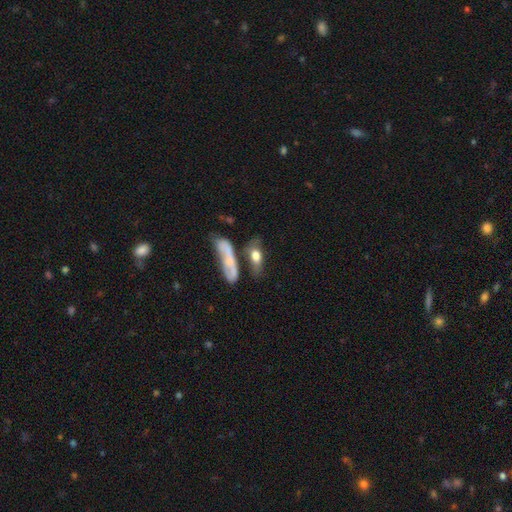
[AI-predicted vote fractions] Smooth or featured: smooth — 64% (featured or disk — 28%)
How rounded: in between — 61% (cigar-shaped — 31%)
Merging: none — 41% (merger — 27%)